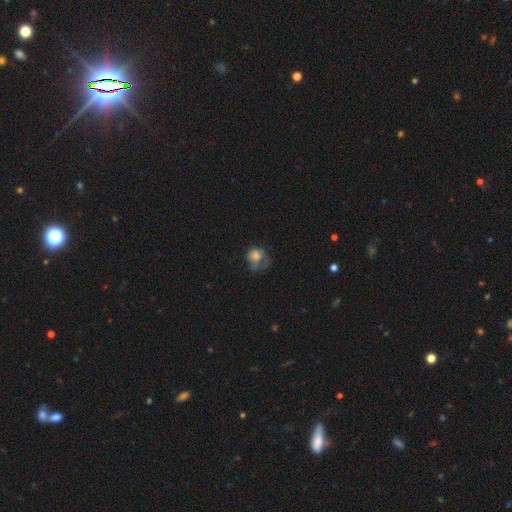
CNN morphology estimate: This is possibly a smooth galaxy (58%). How rounded: likely round (68%). Merging: marginally major disturbance (42%).